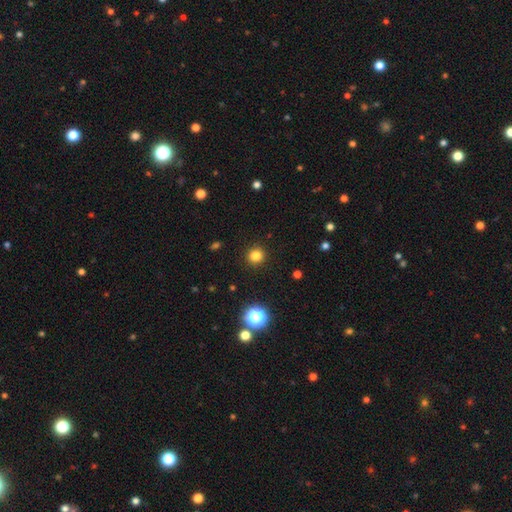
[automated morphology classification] Smooth or featured? smooth (82%)
How rounded? round (93%)
Merging? none (92%)